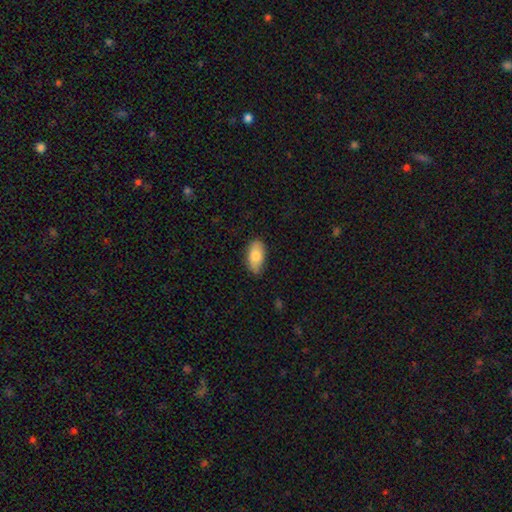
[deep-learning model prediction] Q: Smooth or featured?
A: smooth (82%); runner-up: featured or disk (12%)
Q: How rounded?
A: in between (93%); runner-up: cigar-shaped (4%)
Q: Merging?
A: none (80%); runner-up: minor disturbance (16%)